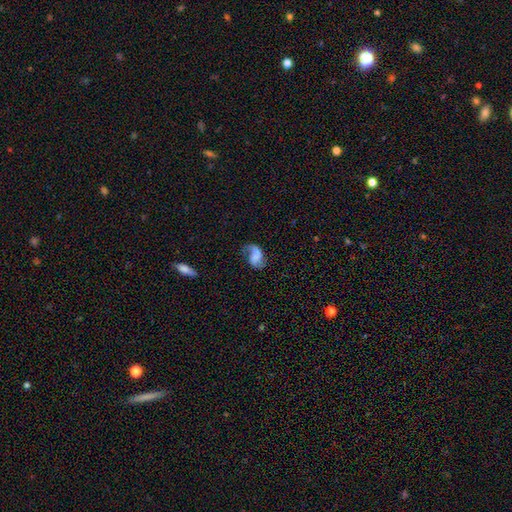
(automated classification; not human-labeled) Smooth or featured?
  - featured or disk: 65% *
  - smooth: 26%
  - star or artifact: 9%
Edge-on disk?
  - no: 98% *
  - yes: 2%
Bar?
  - no: 52% *
  - weak: 35%
  - strong: 14%
Spiral arms?
  - yes: 92% *
  - no: 8%
Spiral winding?
  - loose: 57% *
  - medium: 32%
  - tight: 11%
Spiral arm count?
  - 2: 74% *
  - 1: 20%
  - can't tell: 3%
  - 3: 1%
  - 4: 1%
  - more than 4: 1%
Bulge size?
  - none: 58% *
  - small: 15%
  - large: 12%
  - moderate: 11%
  - dominant: 5%
Merging?
  - none: 55% *
  - minor disturbance: 24%
  - major disturbance: 18%
  - merger: 3%